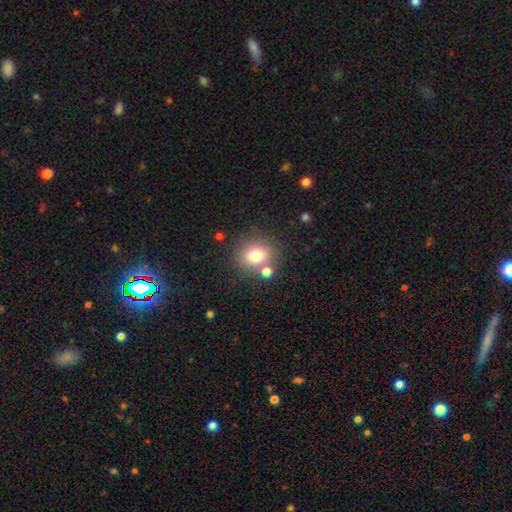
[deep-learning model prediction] Morphology: type=smooth (76%); roundness=round (66%); merging=none (69%).